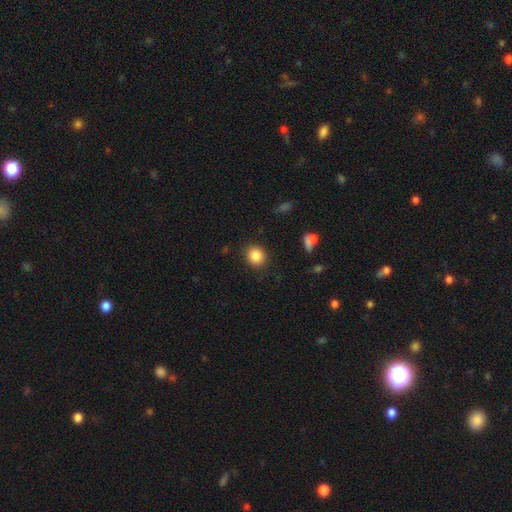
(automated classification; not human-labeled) The model was most divided on "how rounded": round: 79%, in between: 20%, cigar-shaped: 1%. More confident: merging — none (87%); smooth or featured — smooth (86%).